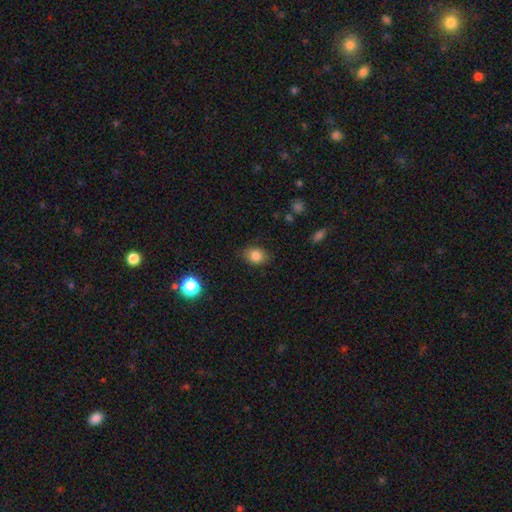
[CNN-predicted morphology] This appears to be a smooth galaxy with no disk features (82%) that is in between round and cigar-shaped (55%). Merging: none (82%).